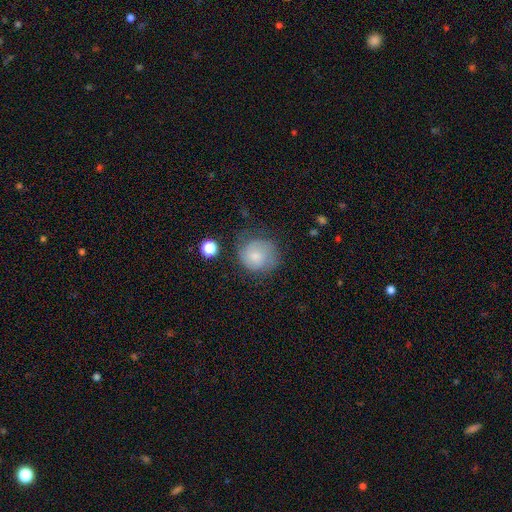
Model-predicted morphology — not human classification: Smooth or featured: smooth — 64% (featured or disk — 27%)
How rounded: round — 85% (in between — 14%)
Merging: none — 57% (minor disturbance — 27%)